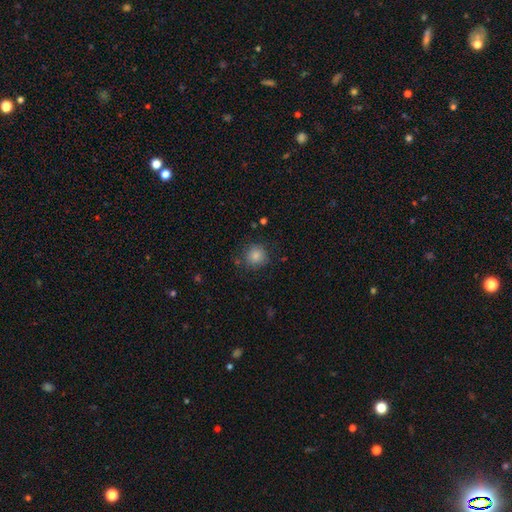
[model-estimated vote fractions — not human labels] Morphology: type=smooth (84%); roundness=round (90%); merging=none (81%).